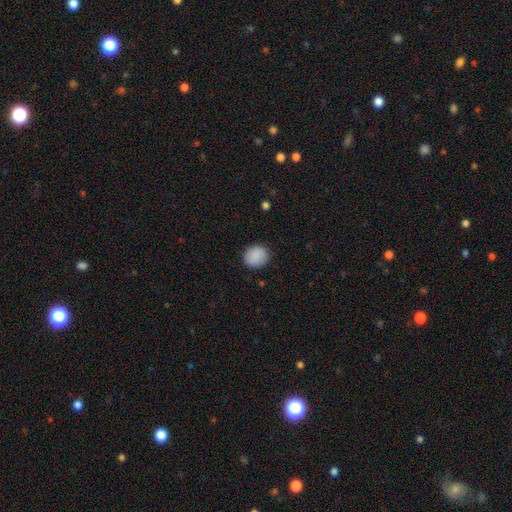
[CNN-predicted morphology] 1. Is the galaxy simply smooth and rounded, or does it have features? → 89% smooth, 8% star or artifact, 3% featured or disk.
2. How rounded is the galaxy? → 77% round, 22% in between, 1% cigar-shaped.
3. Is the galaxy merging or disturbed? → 87% none, 9% minor disturbance, 2% major disturbance, 1% merger.